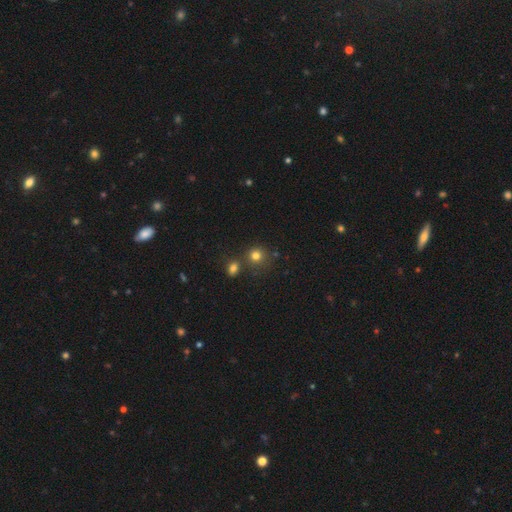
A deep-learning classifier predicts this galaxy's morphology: A smooth galaxy with no disk features (77%) that is round (88%). Merging: none (68%).